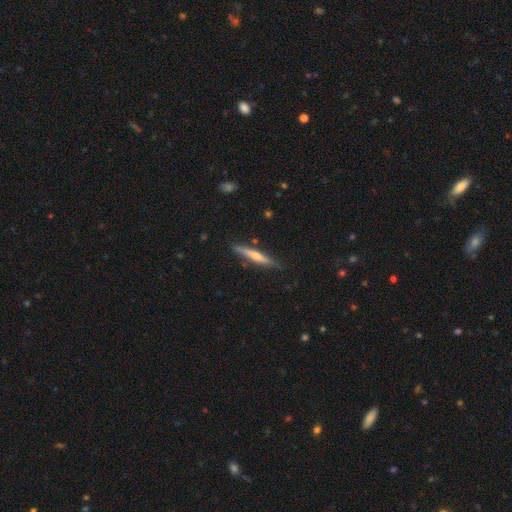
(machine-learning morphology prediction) A featured or disk galaxy (56%) viewed edge-on (96%) with a rounded central bulge (73%).

Vote fractions:
- Smooth or featured? featured or disk: 56% / smooth: 38% / star or artifact: 6%
- Edge-on disk? yes: 96% / no: 4%
- Edge-on bulge? rounded: 73% / none: 21% / boxy: 6%
- Merging? none: 85% / minor disturbance: 11% / merger: 2% / major disturbance: 2%